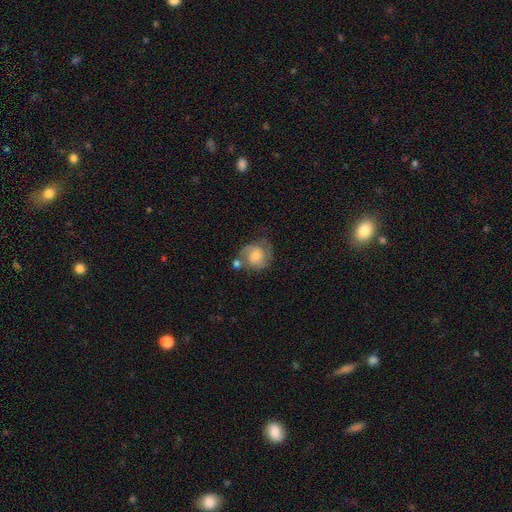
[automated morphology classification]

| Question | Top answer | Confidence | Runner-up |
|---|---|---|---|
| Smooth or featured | featured or disk | 55% | smooth (37%) |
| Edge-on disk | no | 98% | yes (2%) |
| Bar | no | 63% | weak (32%) |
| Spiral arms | yes | 86% | no (14%) |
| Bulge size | moderate | 44% | small (31%) |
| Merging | none | 46% | minor disturbance (24%) |